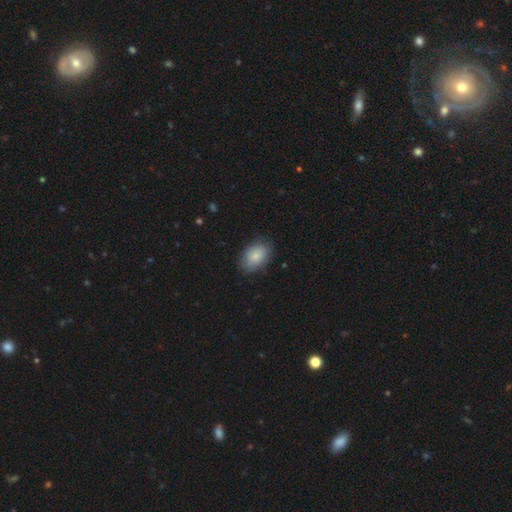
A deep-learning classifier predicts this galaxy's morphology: This appears to be a smooth galaxy with no disk features (83%) that is in between round and cigar-shaped (84%). Merging: none (76%).